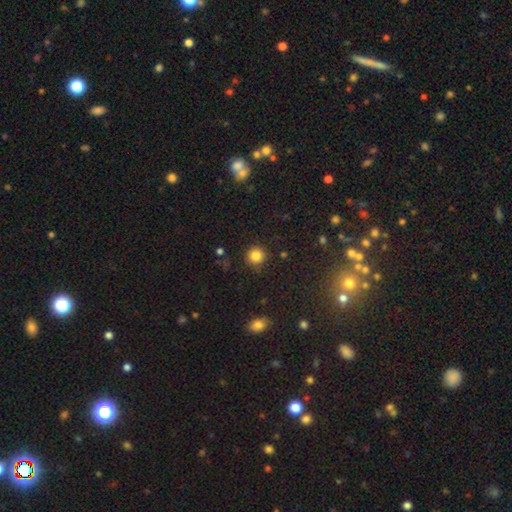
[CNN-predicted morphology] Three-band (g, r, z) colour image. It shows a smooth galaxy with no disk features (84%) that is round (92%). Merging: none (88%).